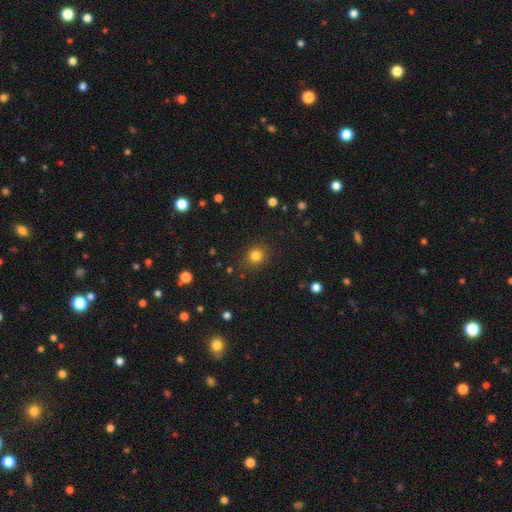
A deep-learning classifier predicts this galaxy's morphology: smooth_or_featured: smooth (p=0.82) [alt: star or artifact p=0.13]
how_rounded: round (p=0.79) [alt: in between p=0.20]
merging: none (p=0.86) [alt: minor disturbance p=0.09]